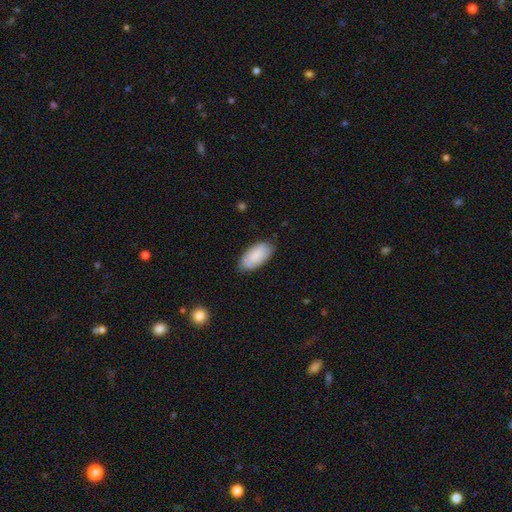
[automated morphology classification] A smooth galaxy with no disk features (78%) that is in between round and cigar-shaped (94%).

Vote fractions:
- Smooth or featured? smooth: 78% / featured or disk: 15% / star or artifact: 6%
- How rounded? in between: 94% / cigar-shaped: 4% / round: 2%
- Merging? none: 76% / minor disturbance: 19% / major disturbance: 3% / merger: 1%